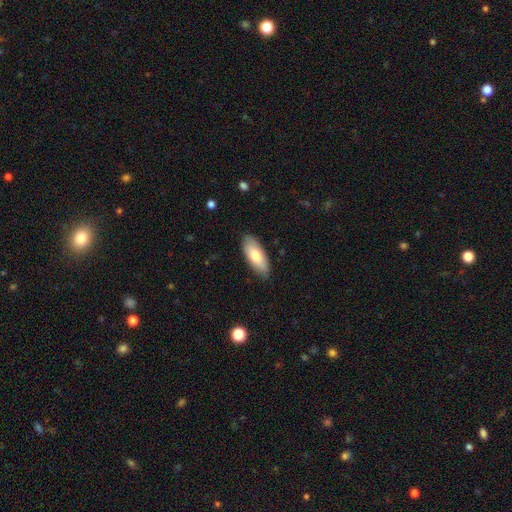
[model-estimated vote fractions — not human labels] This is likely a smooth galaxy (72%). How rounded: clearly in between (82%). Merging: clearly none (84%).